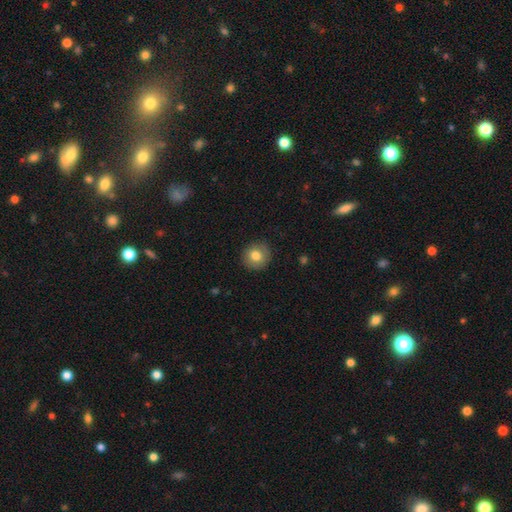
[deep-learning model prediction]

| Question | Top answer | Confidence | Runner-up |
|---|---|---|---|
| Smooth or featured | smooth | 80% | featured or disk (12%) |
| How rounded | round | 91% | in between (8%) |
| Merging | none | 89% | minor disturbance (8%) |